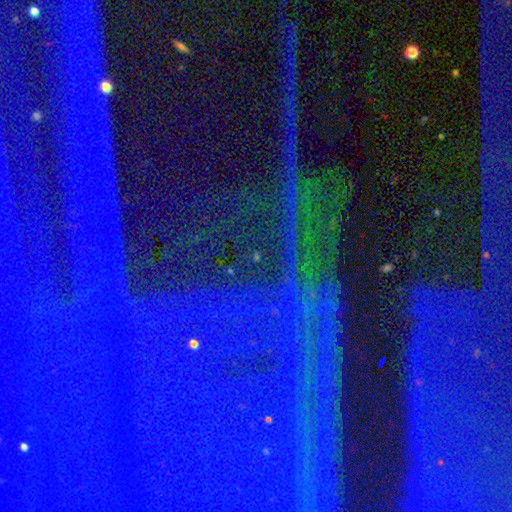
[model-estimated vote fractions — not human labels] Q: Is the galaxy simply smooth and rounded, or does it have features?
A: star or artifact — 85%.